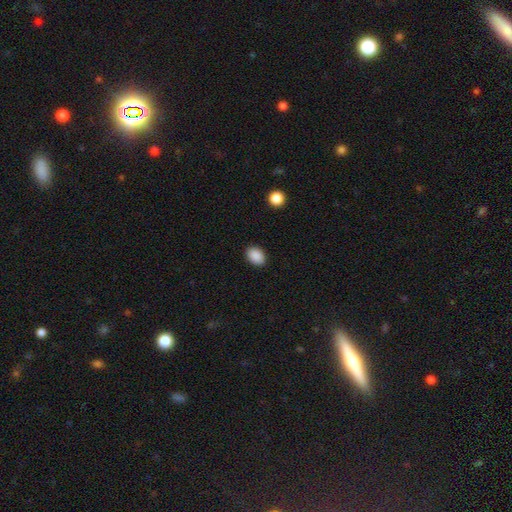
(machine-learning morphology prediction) type=smooth (89%); roundness=in between (76%); merging=none (89%).